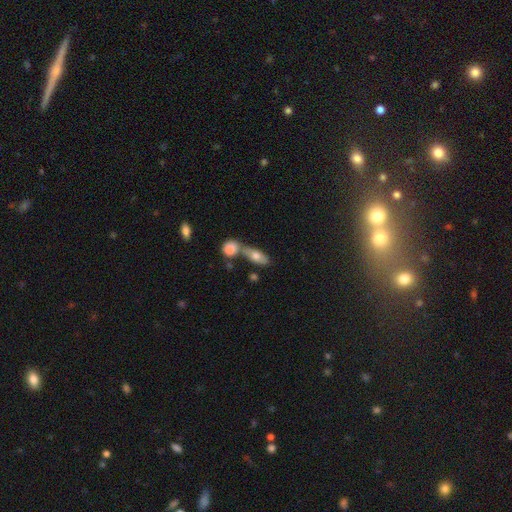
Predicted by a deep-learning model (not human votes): Q: Smooth or featured?
A: smooth (67%); runner-up: featured or disk (25%)
Q: How rounded?
A: in between (72%); runner-up: cigar-shaped (22%)
Q: Merging?
A: none (46%); runner-up: merger (38%)